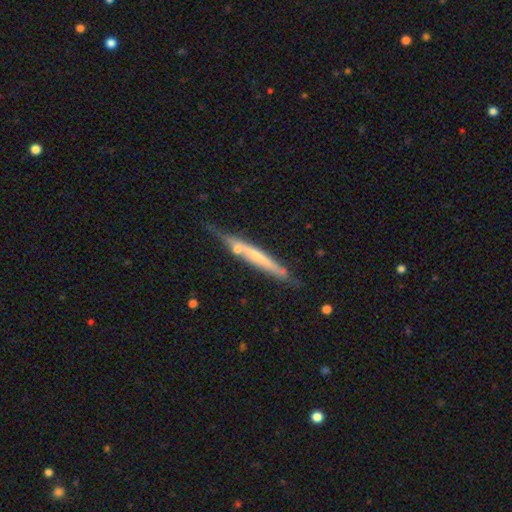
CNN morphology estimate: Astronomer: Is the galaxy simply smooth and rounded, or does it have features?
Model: featured or disk — 62%.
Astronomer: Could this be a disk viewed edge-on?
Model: yes — 94%.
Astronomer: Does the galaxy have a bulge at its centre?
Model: none — 56% (runner-up: rounded, 36%).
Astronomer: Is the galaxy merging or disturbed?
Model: none — 74%.